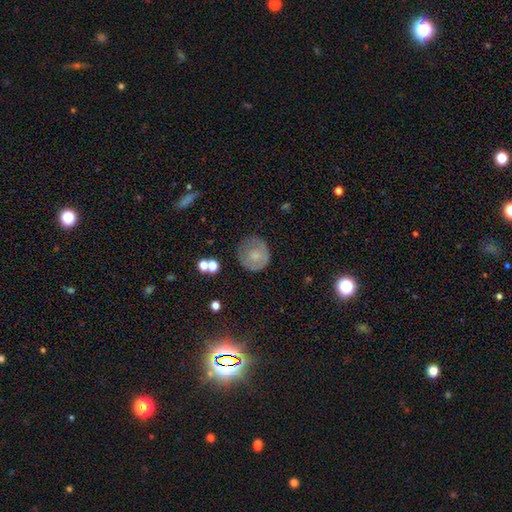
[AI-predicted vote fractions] smooth 65%, featured or disk 27%, star or artifact 9%. Down the decision tree: how rounded — round (90%); merging — none (69%).